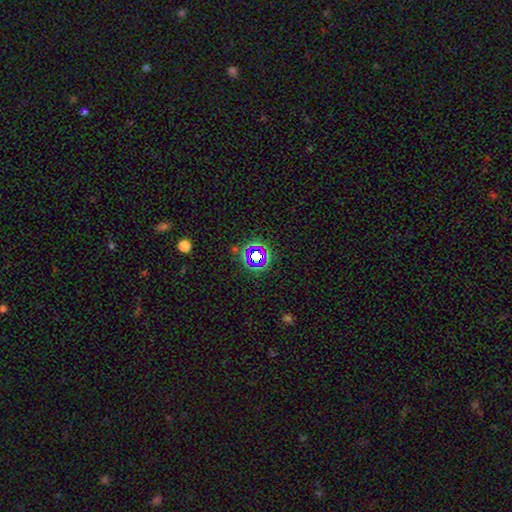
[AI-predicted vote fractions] Smooth or featured? Predicted: star or artifact (p=0.62).